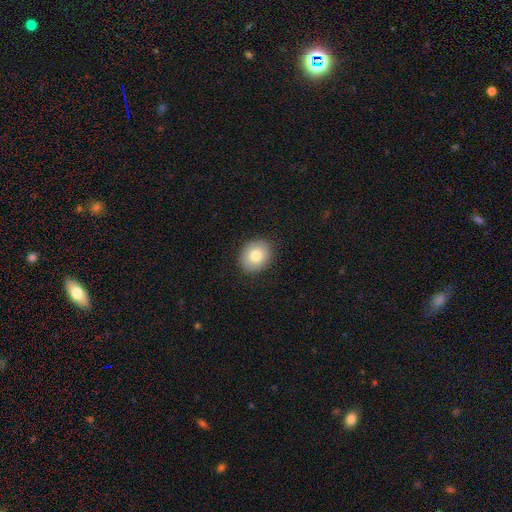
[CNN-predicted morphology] Smooth or featured?
  - smooth: 79% *
  - featured or disk: 13%
  - star or artifact: 8%
How rounded?
  - round: 65% *
  - in between: 34%
  - cigar-shaped: 1%
Merging?
  - none: 90% *
  - minor disturbance: 7%
  - major disturbance: 2%
  - merger: 1%